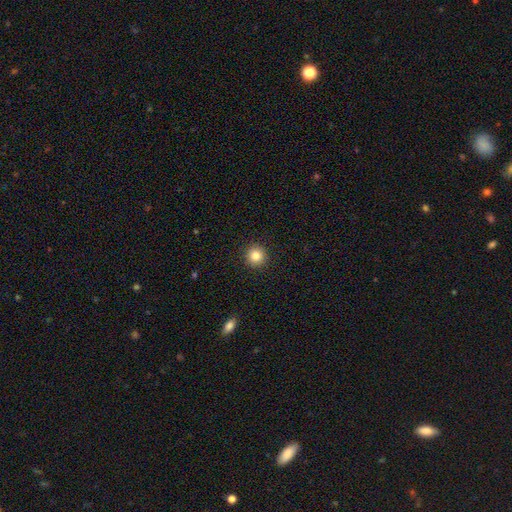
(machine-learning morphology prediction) Q: Smooth or featured?
A: smooth (84%); runner-up: star or artifact (11%)
Q: How rounded?
A: round (95%); runner-up: in between (4%)
Q: Merging?
A: none (92%); runner-up: minor disturbance (5%)